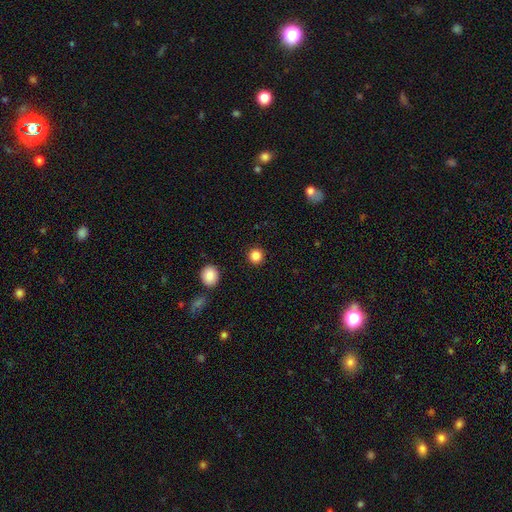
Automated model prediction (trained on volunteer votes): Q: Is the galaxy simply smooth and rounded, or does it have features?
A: smooth — 86%.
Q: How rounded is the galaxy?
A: round — 94%.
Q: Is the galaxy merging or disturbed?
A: none — 92%.